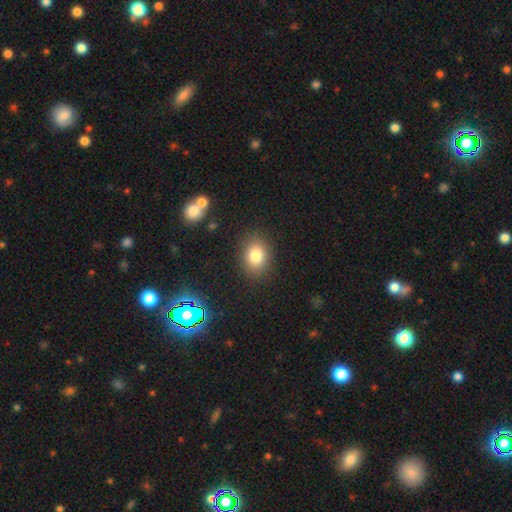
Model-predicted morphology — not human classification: smooth_or_featured: smooth (p=0.81) [alt: star or artifact p=0.11]
how_rounded: in between (p=0.55) [alt: round p=0.44]
merging: none (p=0.86) [alt: minor disturbance p=0.09]